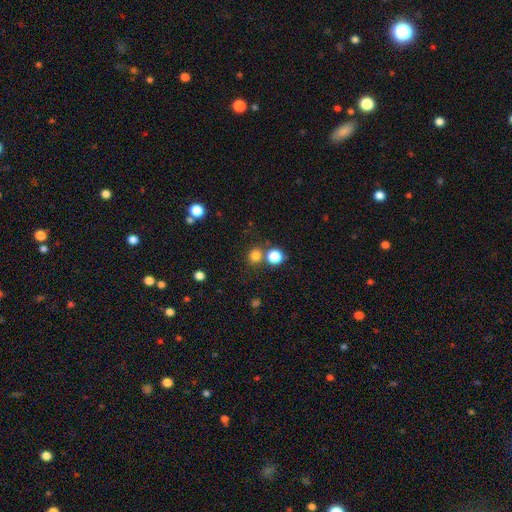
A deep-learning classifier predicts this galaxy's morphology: Q: Smooth or featured?
A: smooth (78%); runner-up: star or artifact (17%)
Q: How rounded?
A: round (86%); runner-up: in between (13%)
Q: Merging?
A: none (70%); runner-up: merger (19%)